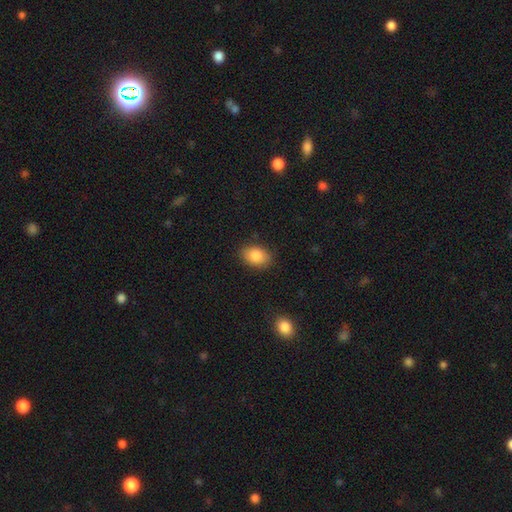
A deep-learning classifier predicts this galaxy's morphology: This appears to be a smooth galaxy with no disk features (87%) that is in between round and cigar-shaped (80%). Merging: none (85%).